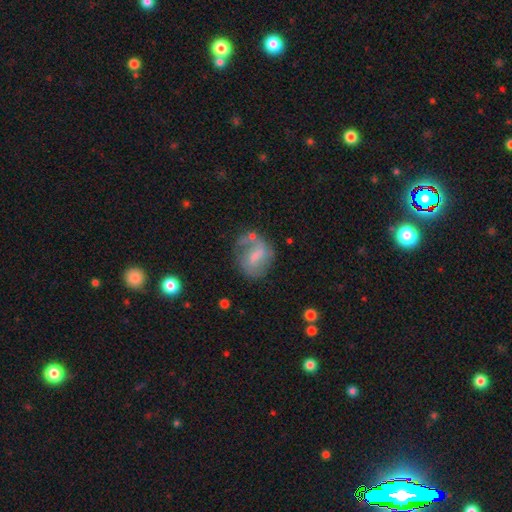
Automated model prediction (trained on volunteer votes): This is possibly a featured or disk galaxy (51%). It is clearly not viewed edge-on (97%). Merging: possibly none (48%).